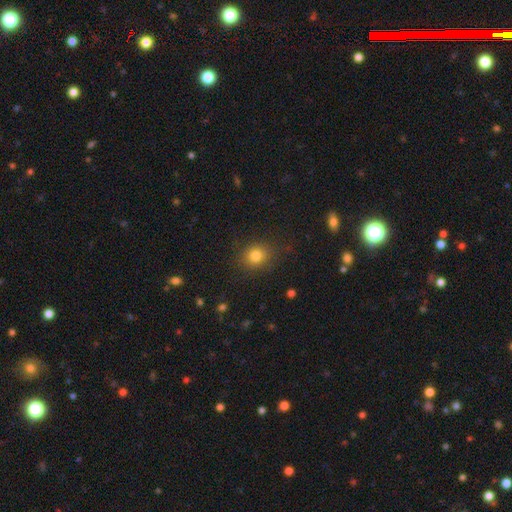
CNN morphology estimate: smooth_or_featured: smooth (p=0.81) [alt: star or artifact p=0.13]
how_rounded: round (p=0.80) [alt: in between p=0.19]
merging: none (p=0.85) [alt: minor disturbance p=0.10]